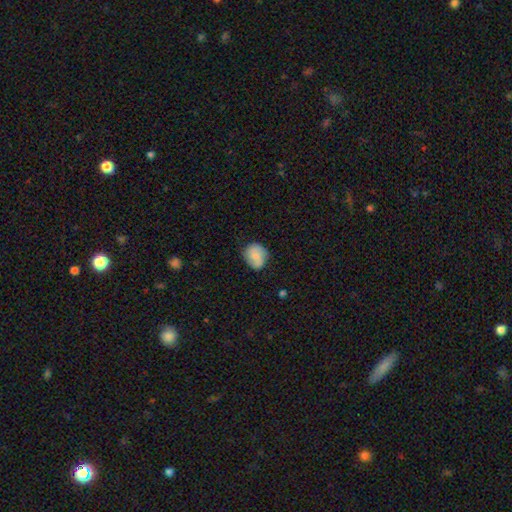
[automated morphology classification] Smooth or featured?
  - smooth: 60% *
  - featured or disk: 32%
  - star or artifact: 8%
How rounded?
  - round: 65% *
  - in between: 34%
  - cigar-shaped: 1%
Merging?
  - none: 71% *
  - minor disturbance: 23%
  - major disturbance: 5%
  - merger: 1%